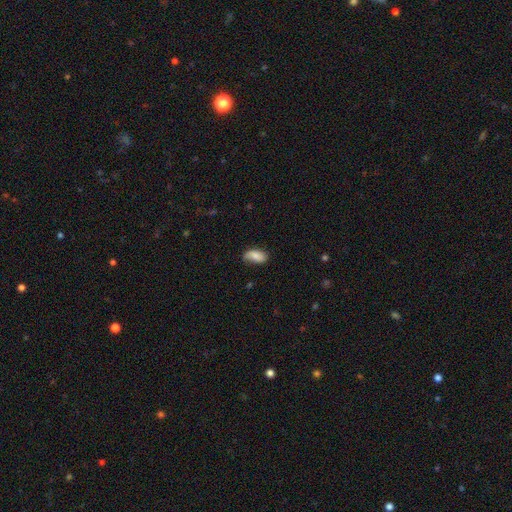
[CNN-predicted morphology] Smooth or featured: smooth — 79% (featured or disk — 14%)
How rounded: in between — 93% (cigar-shaped — 4%)
Merging: none — 68% (minor disturbance — 25%)